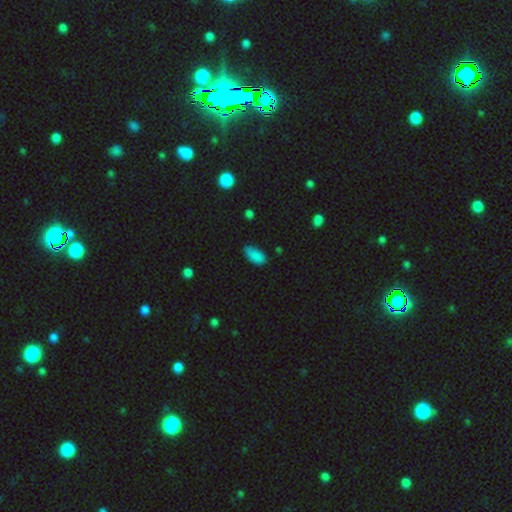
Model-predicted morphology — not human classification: Smooth or featured?
  - smooth: 85% *
  - star or artifact: 10%
  - featured or disk: 6%
How rounded?
  - in between: 91% *
  - cigar-shaped: 6%
  - round: 3%
Merging?
  - none: 58% *
  - minor disturbance: 33%
  - major disturbance: 6%
  - merger: 2%